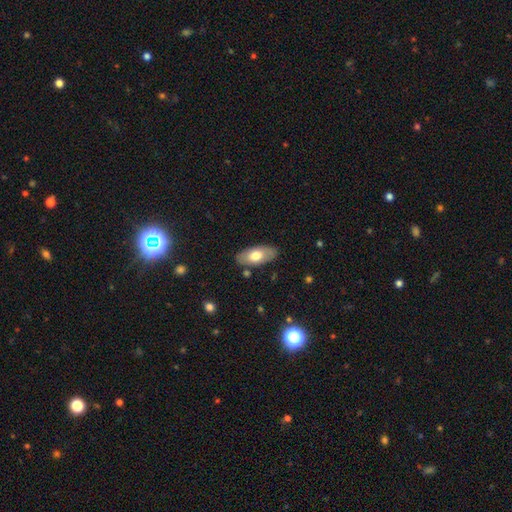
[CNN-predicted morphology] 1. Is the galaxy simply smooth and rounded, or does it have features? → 66% smooth, 28% featured or disk, 6% star or artifact.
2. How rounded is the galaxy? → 91% in between, 6% cigar-shaped, 3% round.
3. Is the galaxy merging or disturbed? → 85% none, 11% minor disturbance, 2% major disturbance, 2% merger.